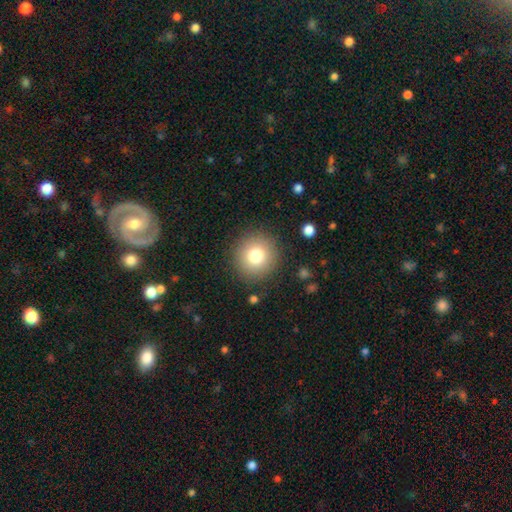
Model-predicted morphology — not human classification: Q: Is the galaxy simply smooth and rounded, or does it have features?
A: smooth — 78%.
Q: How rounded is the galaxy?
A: round — 94%.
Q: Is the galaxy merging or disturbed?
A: none — 88%.